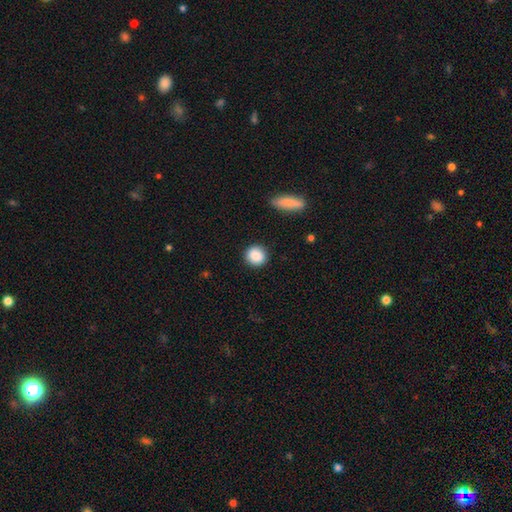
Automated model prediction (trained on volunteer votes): Smooth or featured? Predicted: smooth (p=0.88). How rounded? Predicted: round (p=0.90). Merging? Predicted: none (p=0.90).